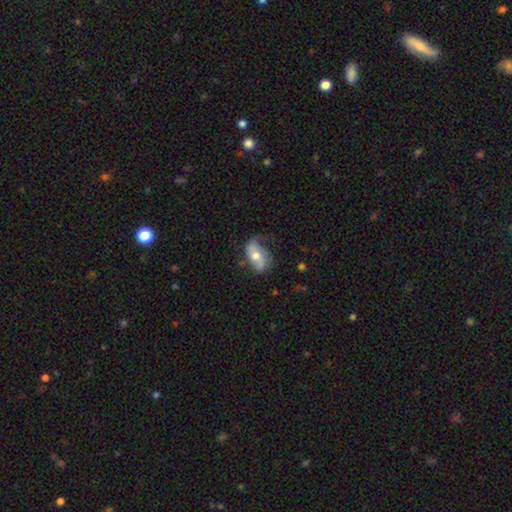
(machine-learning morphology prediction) Smooth or featured? Predicted: featured or disk (p=0.51). Edge-on disk? Predicted: no (p=0.90). Merging? Predicted: none (p=0.55).